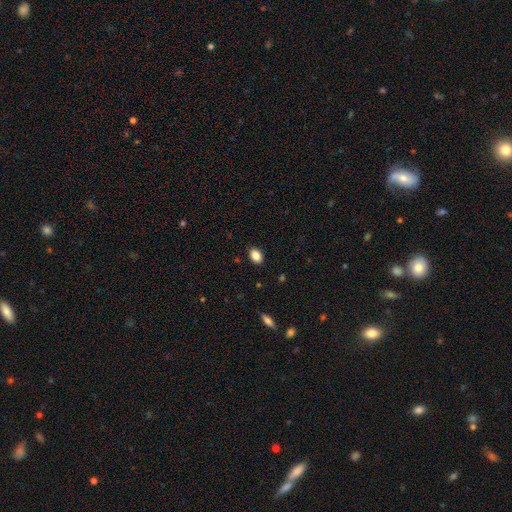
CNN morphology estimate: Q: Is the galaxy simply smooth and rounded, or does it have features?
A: smooth — 87%.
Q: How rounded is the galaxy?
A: in between — 75%.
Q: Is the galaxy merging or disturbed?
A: none — 89%.